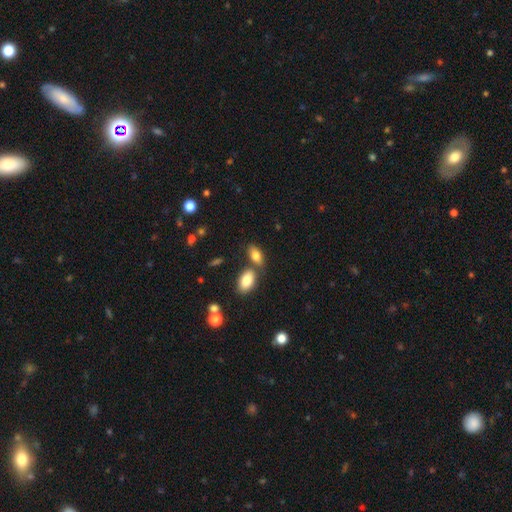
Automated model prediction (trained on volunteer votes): This is clearly a smooth galaxy (81%). How rounded: clearly in between (89%). Merging: possibly none (58%).